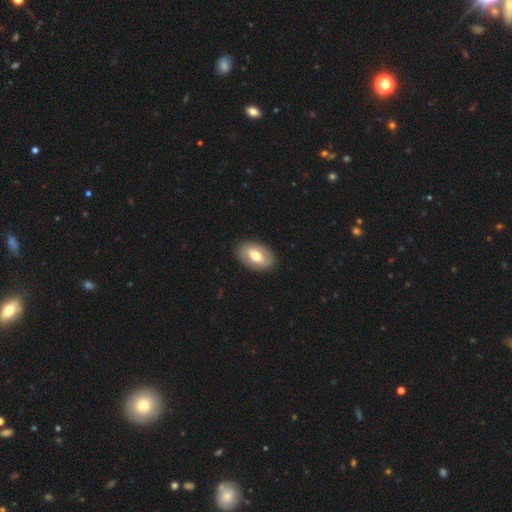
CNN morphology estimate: smooth-or-featured: smooth: 54% | featured or disk: 40% | star or artifact: 6%
  how-rounded: in between: 87% | round: 11% | cigar-shaped: 1%
  merging: none: 88% | minor disturbance: 8% | major disturbance: 3% | merger: 1%